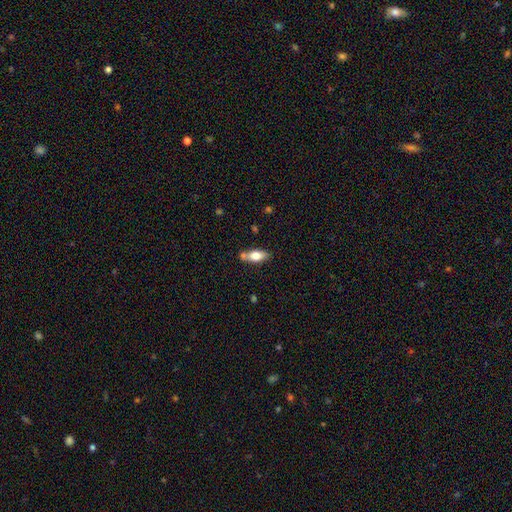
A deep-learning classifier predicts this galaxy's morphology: The model was most divided on "smooth or featured": smooth: 67%, featured or disk: 26%, star or artifact: 7%. More confident: how rounded — in between (76%); merging — none (66%).